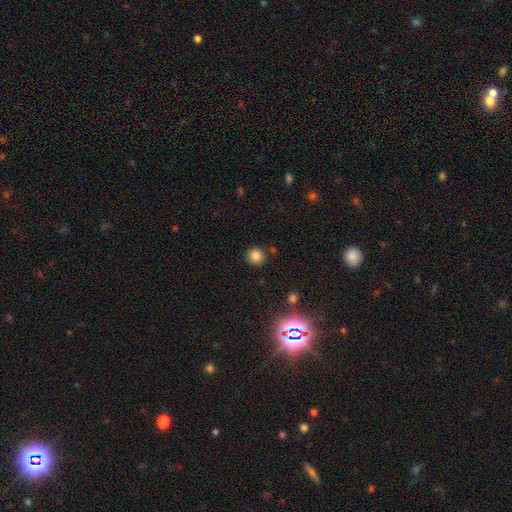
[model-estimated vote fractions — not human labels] This appears to be a smooth galaxy with no disk features (81%) that is round (93%). Merging: none (86%).